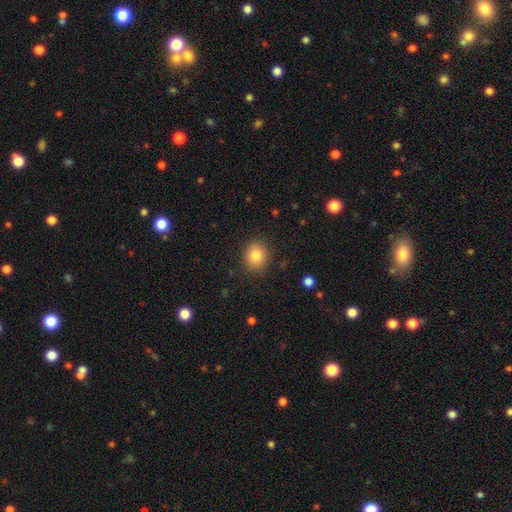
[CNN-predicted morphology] A smooth galaxy with no disk features (84%) that is round (69%). Merging: none (87%).